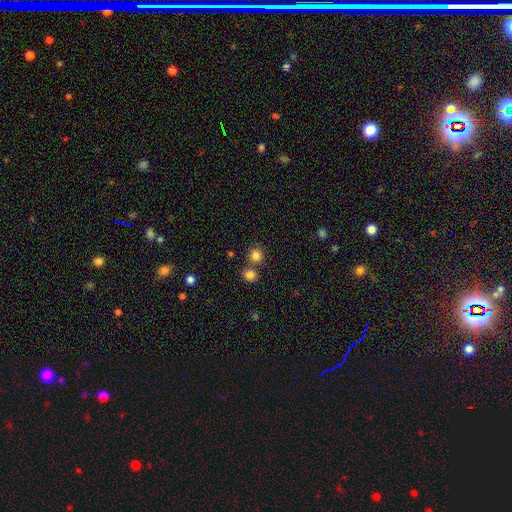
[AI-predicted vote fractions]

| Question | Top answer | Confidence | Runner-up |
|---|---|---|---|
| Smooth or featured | smooth | 83% | star or artifact (12%) |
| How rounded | round | 89% | in between (10%) |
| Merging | none | 69% | merger (22%) |